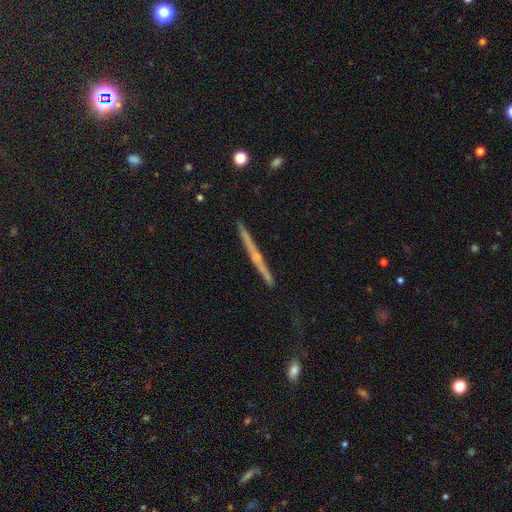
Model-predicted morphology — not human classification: Overall: featured or disk (73%). Edge-on disk: yes (97%). Edge-on bulge: rounded (55%; none 38%). Merging: none (85%).